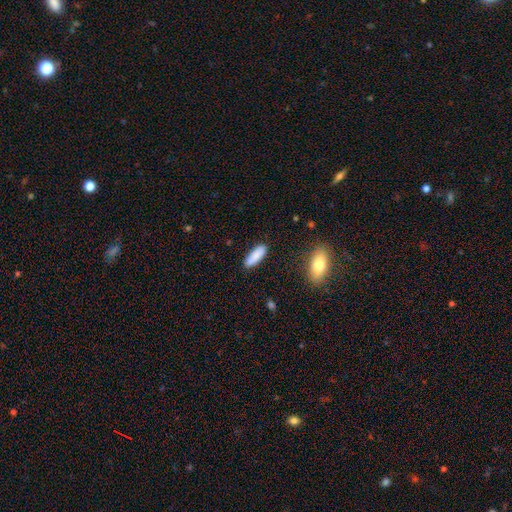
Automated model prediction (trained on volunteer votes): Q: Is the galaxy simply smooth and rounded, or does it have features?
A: smooth — 87%.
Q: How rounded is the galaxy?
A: in between — 59%.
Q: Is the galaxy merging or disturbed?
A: none — 86%.